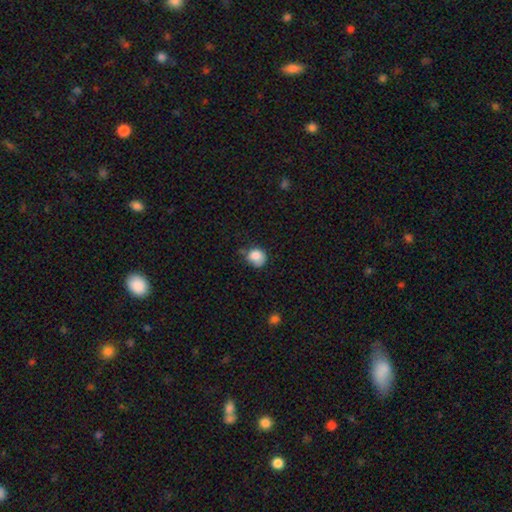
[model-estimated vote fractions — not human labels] This is clearly a smooth galaxy (82%). How rounded: likely round (76%). Merging: possibly none (50%).